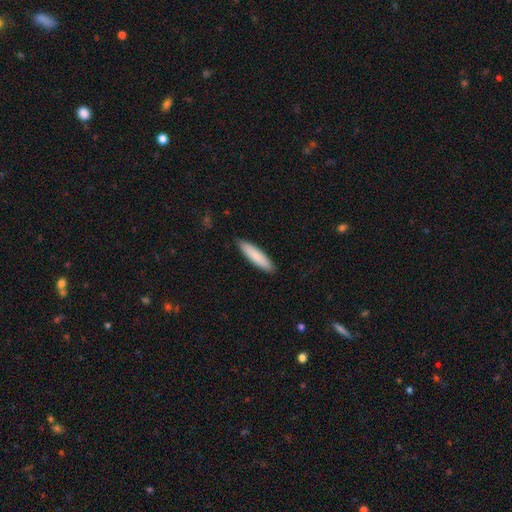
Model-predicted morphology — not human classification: A smooth galaxy with no disk features (85%) that is cigar-shaped (78%).

Vote fractions:
- Smooth or featured? smooth: 85% / featured or disk: 10% / star or artifact: 5%
- How rounded? cigar-shaped: 78% / in between: 21% / round: 1%
- Merging? none: 88% / minor disturbance: 9% / major disturbance: 2% / merger: 1%